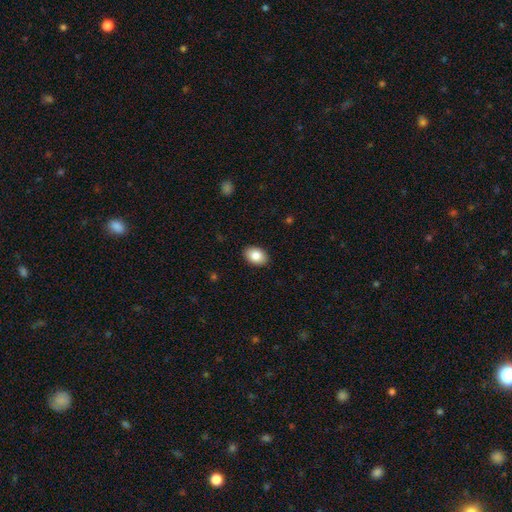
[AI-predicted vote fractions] Smooth or featured?
  - smooth: 86% *
  - star or artifact: 7%
  - featured or disk: 7%
How rounded?
  - in between: 84% *
  - round: 15%
  - cigar-shaped: 1%
Merging?
  - none: 89% *
  - minor disturbance: 8%
  - major disturbance: 2%
  - merger: 1%